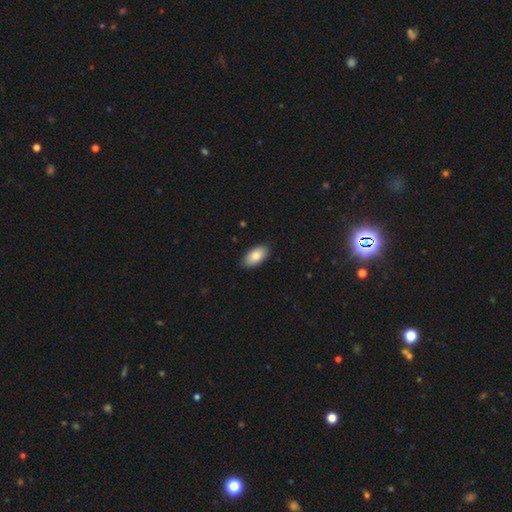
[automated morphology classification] This is clearly a smooth galaxy (84%). How rounded: clearly in between (95%). Merging: clearly none (88%).